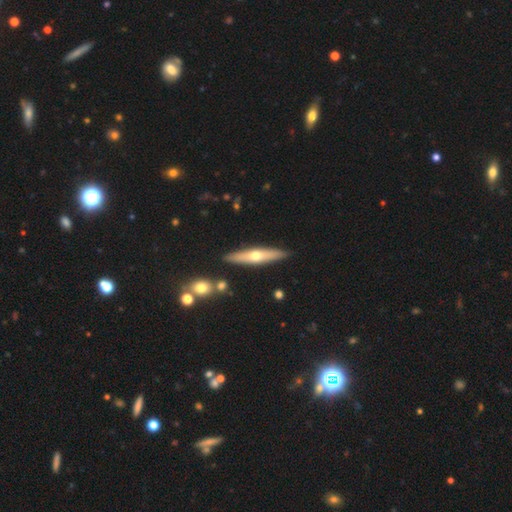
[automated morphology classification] Smooth or featured? featured or disk (54%)
Edge-on disk? yes (88%)
Merging? none (88%)